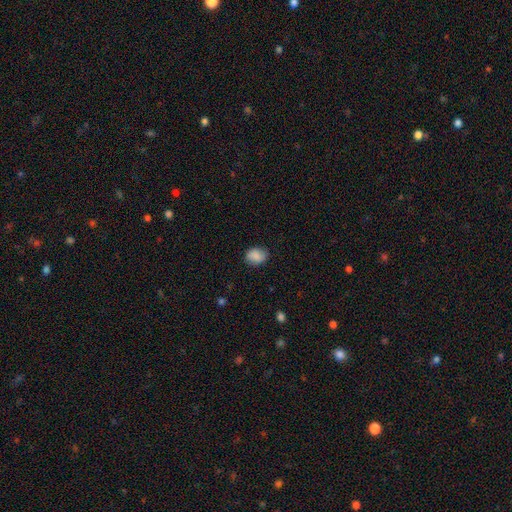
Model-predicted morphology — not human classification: smooth_or_featured: smooth (p=0.84) [alt: featured or disk p=0.08]
how_rounded: in between (p=0.60) [alt: round p=0.39]
merging: none (p=0.79) [alt: minor disturbance p=0.16]